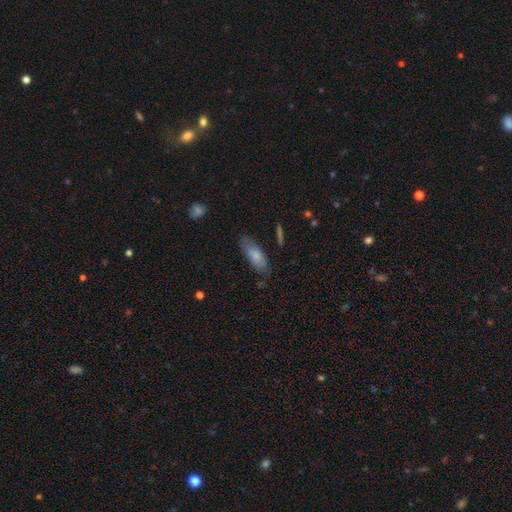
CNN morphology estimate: type=smooth (77%); roundness=in between (71%); merging=none (69%).